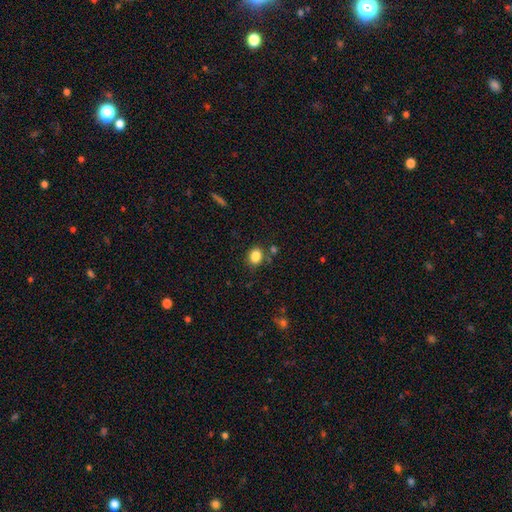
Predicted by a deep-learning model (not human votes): Smooth or featured? Predicted: smooth (p=0.85). How rounded? Predicted: in between (p=0.54). Merging? Predicted: none (p=0.77).